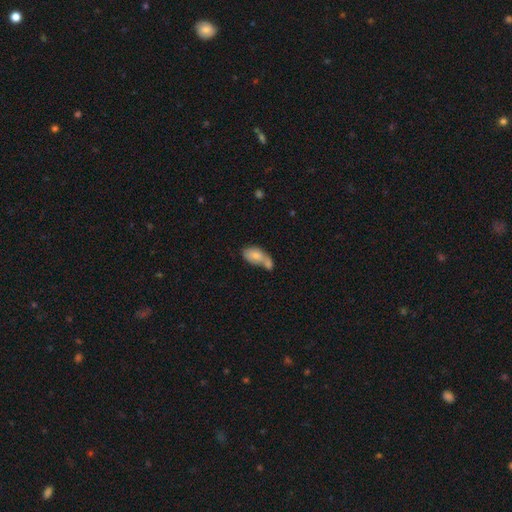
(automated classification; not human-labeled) A smooth galaxy with no disk features (74%) that is in between round and cigar-shaped (90%). Merging: merger (59%).